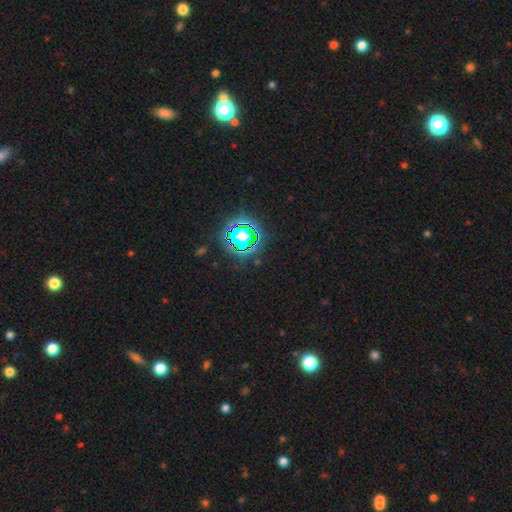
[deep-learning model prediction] smooth-or-featured: star or artifact: 80% | smooth: 12% | featured or disk: 7%